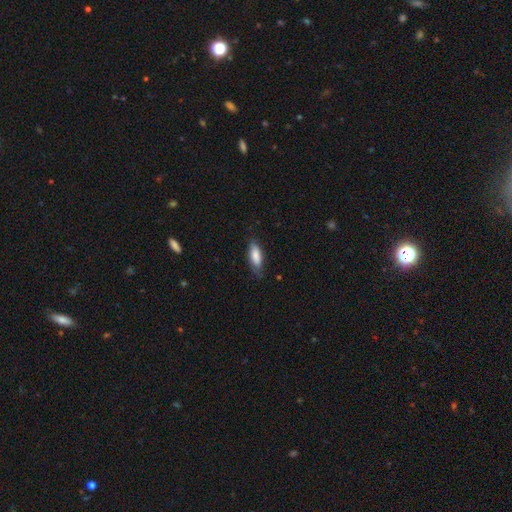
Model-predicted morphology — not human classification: Smooth or featured? Predicted: smooth (p=0.81). How rounded? Predicted: in between (p=0.69). Merging? Predicted: none (p=0.70).